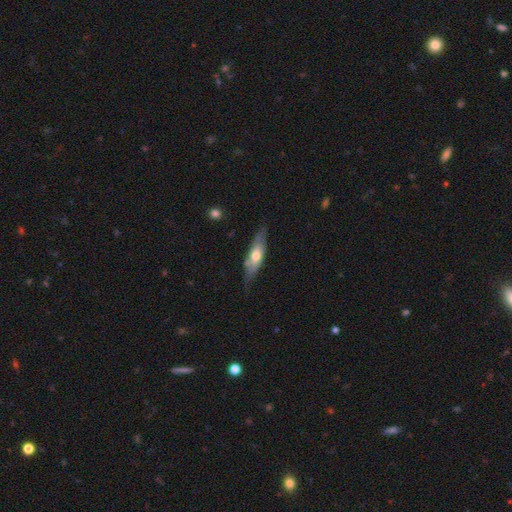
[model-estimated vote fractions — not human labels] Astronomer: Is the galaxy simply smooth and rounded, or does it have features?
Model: featured or disk — 49% (runner-up: smooth, 45%).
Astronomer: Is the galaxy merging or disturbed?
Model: none — 72%.